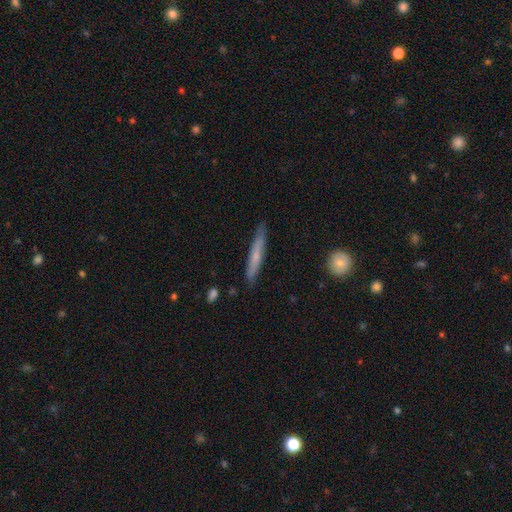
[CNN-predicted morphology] smooth 56%, featured or disk 38%, star or artifact 6%. Down the decision tree: how rounded — cigar-shaped (95%); merging — none (85%).